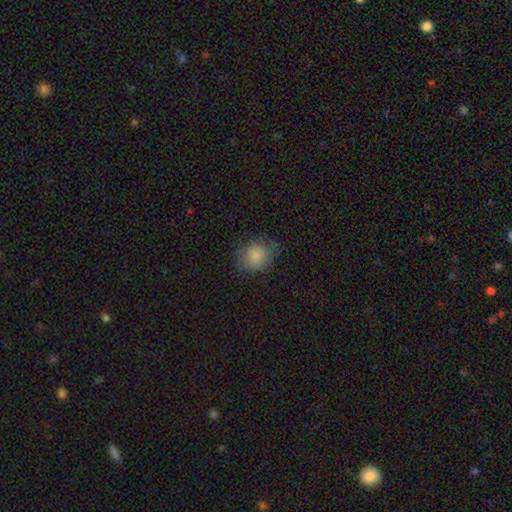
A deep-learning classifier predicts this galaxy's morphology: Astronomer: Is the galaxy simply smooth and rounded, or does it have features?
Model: smooth — 83%.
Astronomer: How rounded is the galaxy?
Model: round — 61% (runner-up: in between, 39%).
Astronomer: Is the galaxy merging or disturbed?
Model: none — 72%.